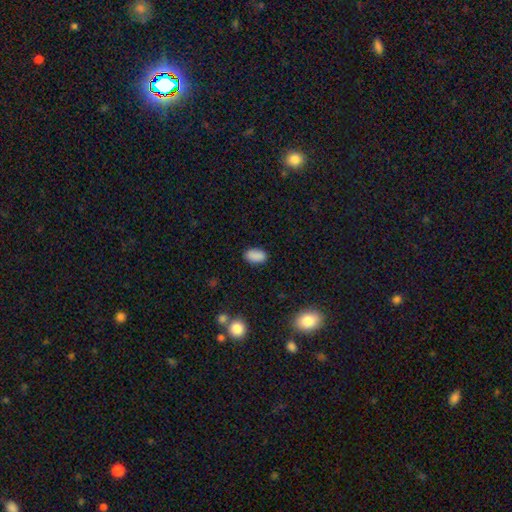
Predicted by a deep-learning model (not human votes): Smooth or featured: smooth — 88% (star or artifact — 9%)
How rounded: in between — 92% (round — 6%)
Merging: none — 85% (minor disturbance — 11%)